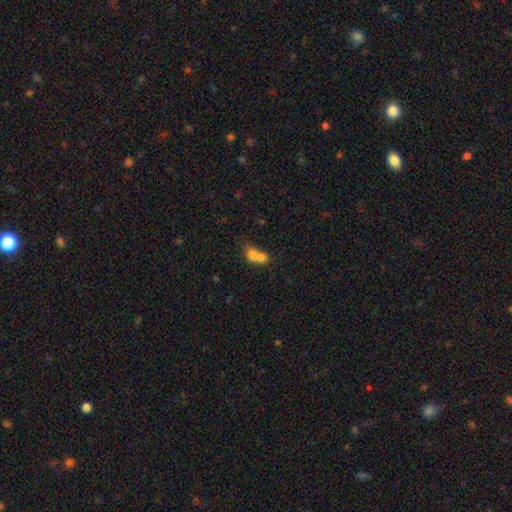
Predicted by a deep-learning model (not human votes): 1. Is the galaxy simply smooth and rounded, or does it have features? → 72% smooth, 18% featured or disk, 11% star or artifact.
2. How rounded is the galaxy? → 58% round, 41% in between, 2% cigar-shaped.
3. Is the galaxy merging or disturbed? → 71% merger, 19% none, 6% minor disturbance, 4% major disturbance.